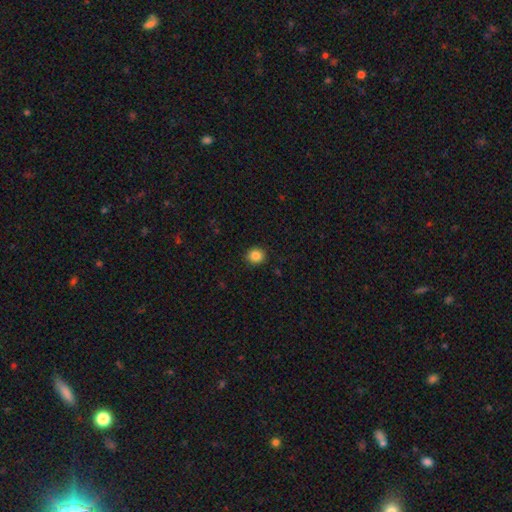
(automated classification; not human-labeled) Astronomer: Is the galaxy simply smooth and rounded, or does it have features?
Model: smooth — 85%.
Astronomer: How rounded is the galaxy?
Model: round — 87%.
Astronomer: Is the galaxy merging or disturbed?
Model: none — 91%.